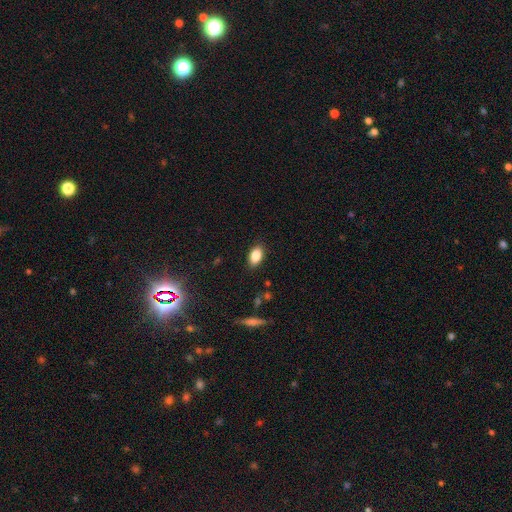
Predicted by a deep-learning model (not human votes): Smooth or featured? smooth (86%)
How rounded? in between (90%)
Merging? none (86%)